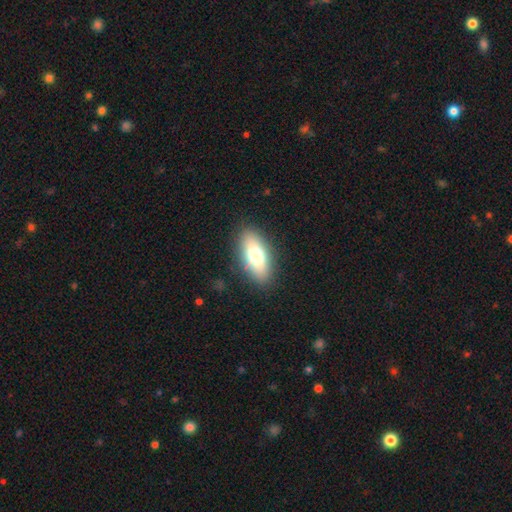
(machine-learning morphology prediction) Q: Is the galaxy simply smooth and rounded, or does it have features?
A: smooth — 70%.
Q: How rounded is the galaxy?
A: in between — 83%.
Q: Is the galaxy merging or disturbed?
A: none — 87%.